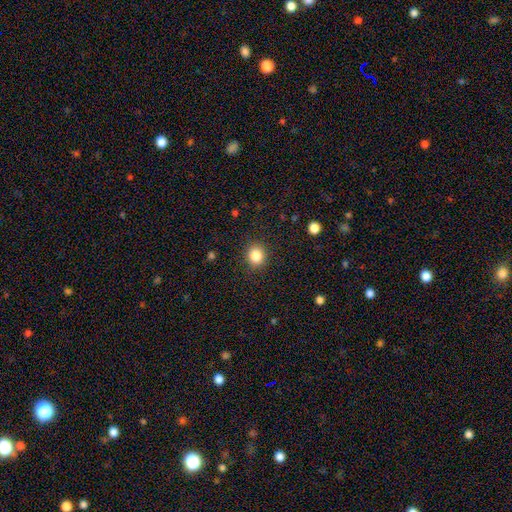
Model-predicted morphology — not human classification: Q: Smooth or featured?
A: smooth (84%); runner-up: star or artifact (11%)
Q: How rounded?
A: round (83%); runner-up: in between (16%)
Q: Merging?
A: none (89%); runner-up: minor disturbance (7%)